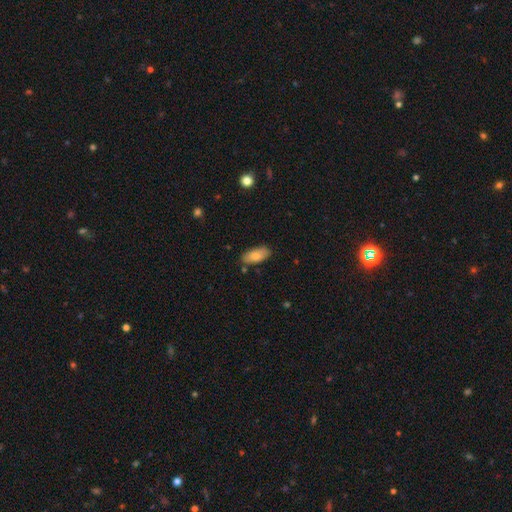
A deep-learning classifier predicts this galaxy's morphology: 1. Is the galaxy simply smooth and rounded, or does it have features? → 79% smooth, 15% featured or disk, 6% star or artifact.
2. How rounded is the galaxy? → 88% in between, 9% cigar-shaped, 2% round.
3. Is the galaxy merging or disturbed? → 79% none, 15% minor disturbance, 3% merger, 3% major disturbance.